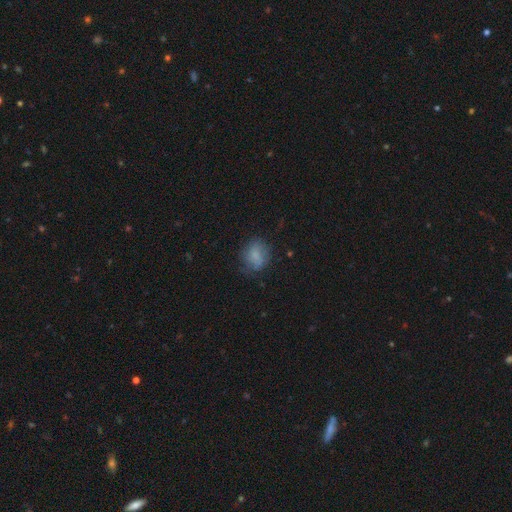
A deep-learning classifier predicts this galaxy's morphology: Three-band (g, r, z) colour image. It shows a smooth galaxy with no disk features (71%) that is round (58%). Merging: none (64%).